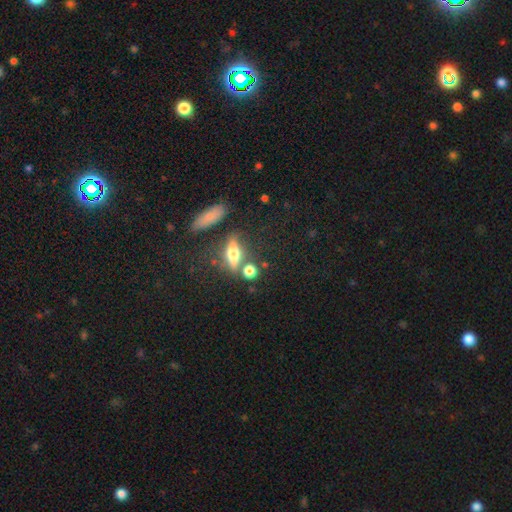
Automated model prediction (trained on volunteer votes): Q: Smooth or featured?
A: smooth (40%); runner-up: featured or disk (30%)
Q: Merging?
A: none (55%); runner-up: merger (23%)